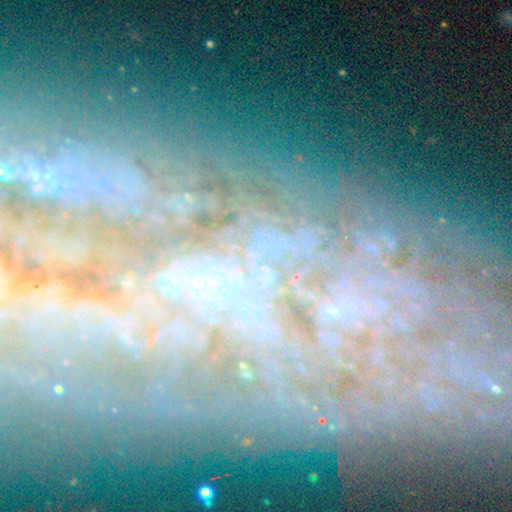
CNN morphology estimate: featured or disk 51%, star or artifact 34%, smooth 14%. Down the decision tree: edge-on disk — no (89%); merging — none (63%).